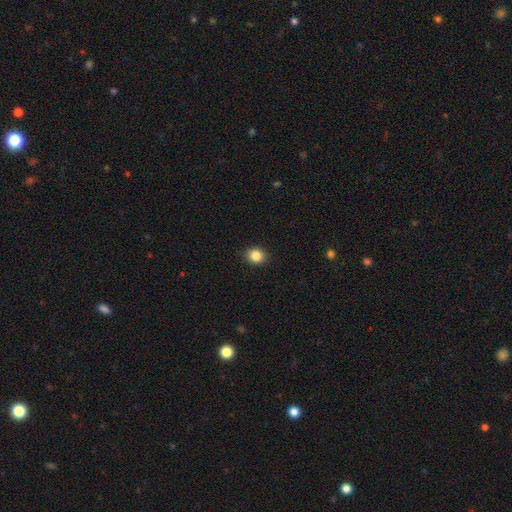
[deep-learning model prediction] This appears to be a smooth galaxy with no disk features (86%) that is round (73%). Merging: none (90%).